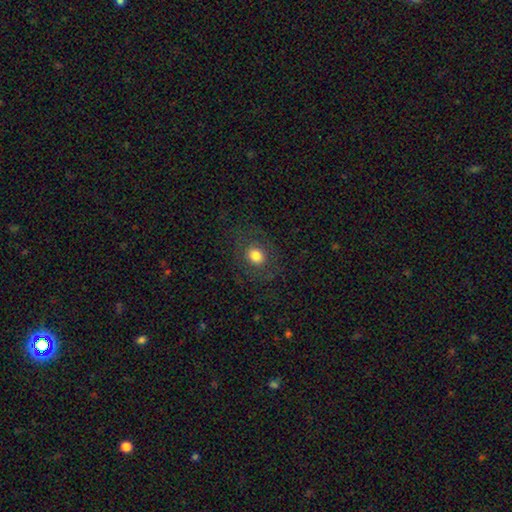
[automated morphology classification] smooth_or_featured: smooth (p=0.74) [alt: featured or disk p=0.14]
how_rounded: round (p=0.72) [alt: in between p=0.27]
merging: none (p=0.81) [alt: minor disturbance p=0.10]